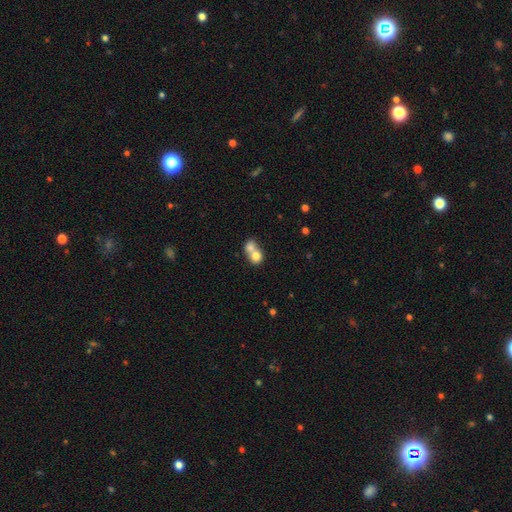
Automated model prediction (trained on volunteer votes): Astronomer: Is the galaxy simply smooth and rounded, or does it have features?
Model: smooth — 75%.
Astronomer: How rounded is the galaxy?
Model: round — 68%.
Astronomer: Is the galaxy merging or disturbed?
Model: merger — 73%.